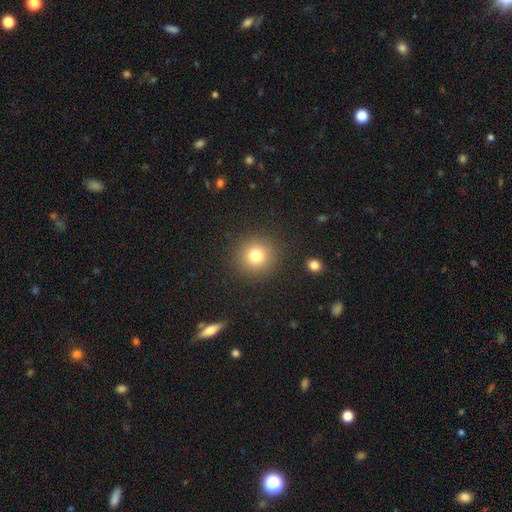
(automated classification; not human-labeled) A smooth galaxy with no disk features (78%) that is round (94%).

Vote fractions:
- Smooth or featured? smooth: 78% / star or artifact: 13% / featured or disk: 8%
- How rounded? round: 94% / in between: 5% / cigar-shaped: 1%
- Merging? none: 90% / minor disturbance: 6% / major disturbance: 3% / merger: 1%